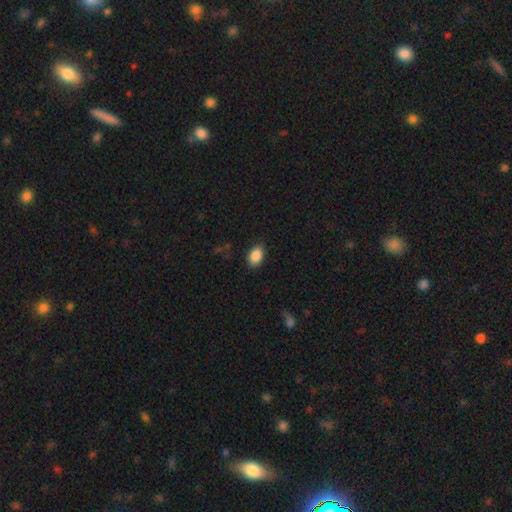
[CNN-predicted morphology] This is clearly a smooth galaxy (88%). How rounded: clearly in between (83%). Merging: clearly none (85%).